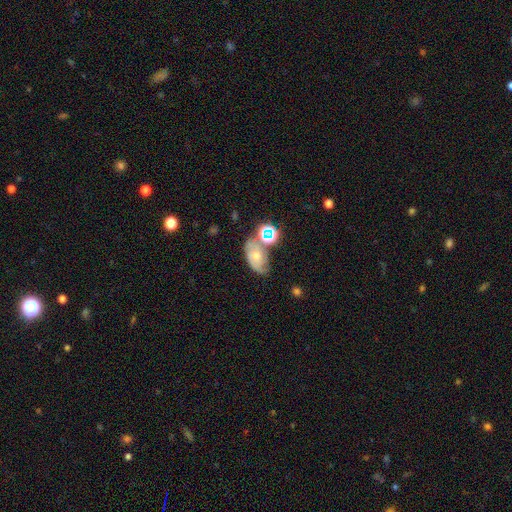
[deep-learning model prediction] smooth_or_featured: featured or disk (p=0.46) [alt: smooth p=0.38]
merging: none (p=0.42) [alt: minor disturbance p=0.25]